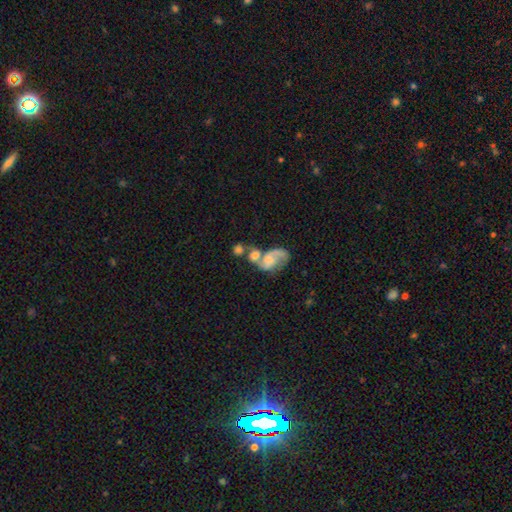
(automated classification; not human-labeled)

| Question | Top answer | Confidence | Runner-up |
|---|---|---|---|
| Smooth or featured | featured or disk | 65% | smooth (25%) |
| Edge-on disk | no | 97% | yes (3%) |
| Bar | no | 62% | weak (31%) |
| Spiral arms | yes | 83% | no (17%) |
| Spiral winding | loose | 45% | medium (41%) |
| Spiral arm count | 2 | 68% | 1 (22%) |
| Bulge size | small | 36% | moderate (33%) |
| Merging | merger | 48% | none (25%) |